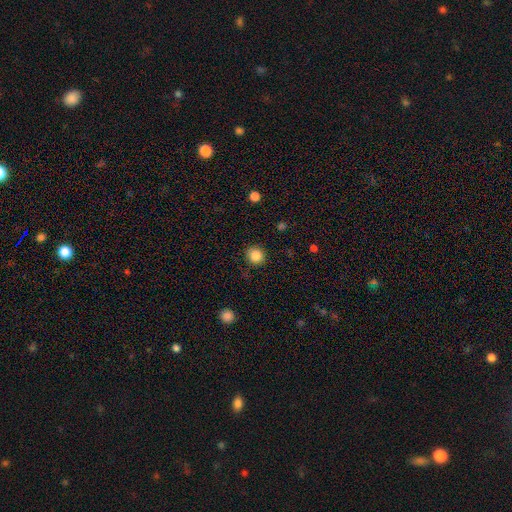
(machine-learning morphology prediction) smooth 85%, star or artifact 10%, featured or disk 5%. Down the decision tree: how rounded — round (91%); merging — none (89%).